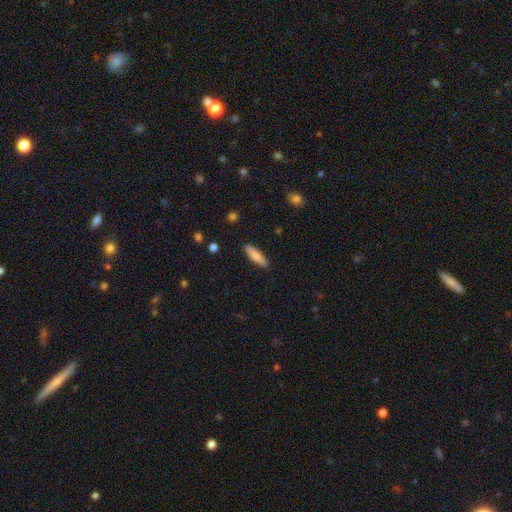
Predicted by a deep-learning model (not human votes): Smooth or featured: smooth — 79% (featured or disk — 15%)
How rounded: cigar-shaped — 75% (in between — 23%)
Merging: none — 90% (minor disturbance — 7%)